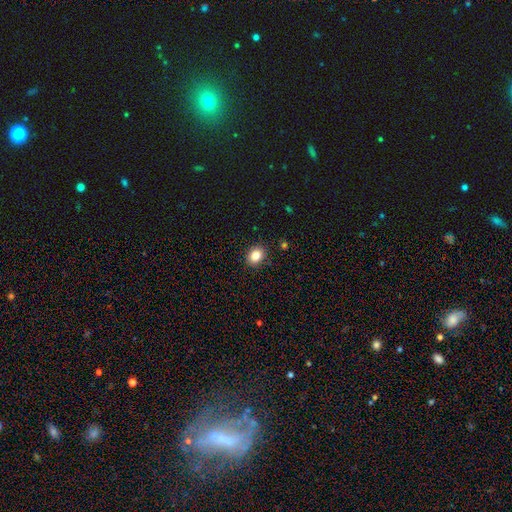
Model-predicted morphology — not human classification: A smooth galaxy with no disk features (85%) that is in between round and cigar-shaped (56%).

Vote fractions:
- Smooth or featured? smooth: 85% / star or artifact: 10% / featured or disk: 6%
- How rounded? in between: 56% / round: 43% / cigar-shaped: 1%
- Merging? none: 89% / minor disturbance: 8% / major disturbance: 2% / merger: 1%